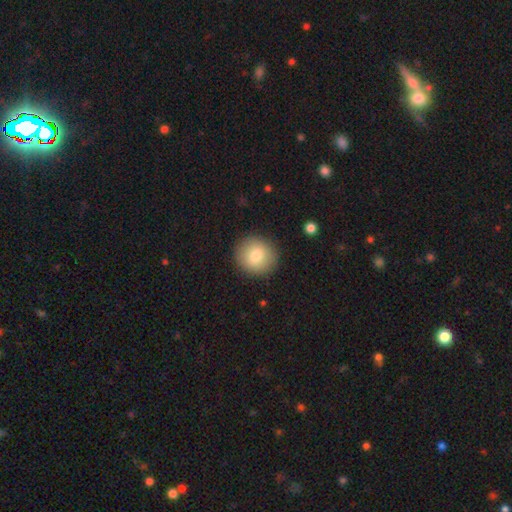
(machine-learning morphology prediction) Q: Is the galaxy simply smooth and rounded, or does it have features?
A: smooth — 81%.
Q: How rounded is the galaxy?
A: round — 90%.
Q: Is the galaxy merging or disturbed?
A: none — 90%.